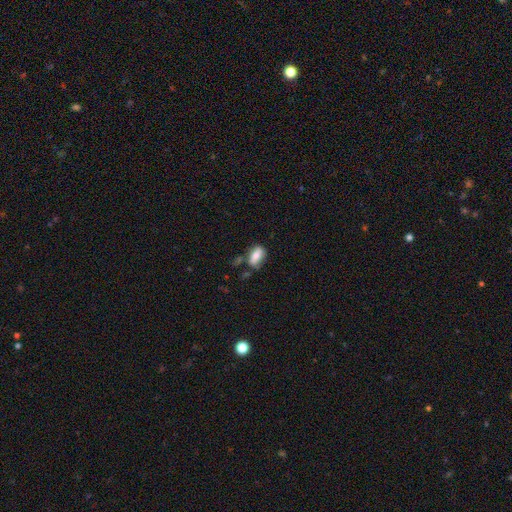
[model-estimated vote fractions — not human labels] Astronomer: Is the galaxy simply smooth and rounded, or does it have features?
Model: smooth — 70%.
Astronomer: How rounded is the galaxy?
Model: in between — 86%.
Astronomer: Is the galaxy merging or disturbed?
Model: none — 54%.